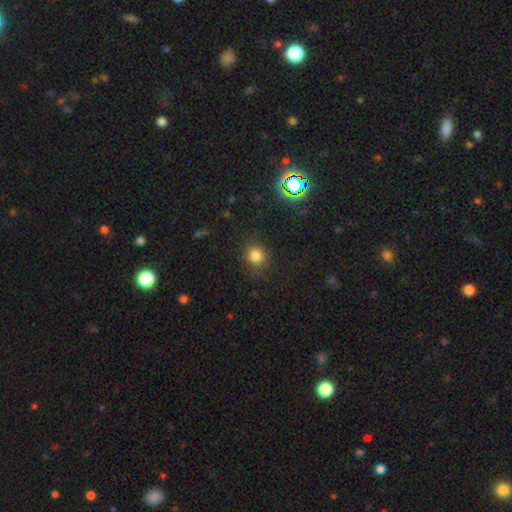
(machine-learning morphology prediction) smooth 79%, star or artifact 15%, featured or disk 6%. Down the decision tree: how rounded — round (83%); merging — none (81%).